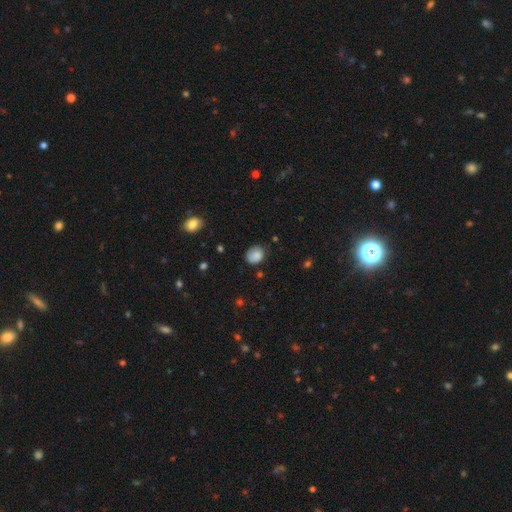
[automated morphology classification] A smooth galaxy with no disk features (83%) that is round (56%). Merging: none (69%).